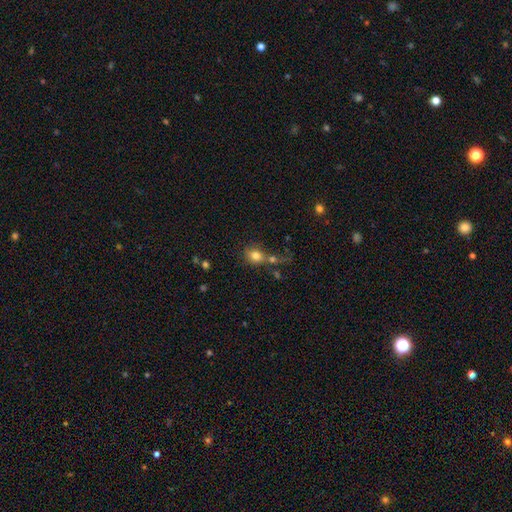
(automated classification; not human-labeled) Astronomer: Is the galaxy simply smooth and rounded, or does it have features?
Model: smooth — 78%.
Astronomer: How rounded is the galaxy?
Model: round — 58% (runner-up: in between, 41%).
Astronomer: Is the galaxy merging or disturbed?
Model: merger — 39% (runner-up: none, 38%).